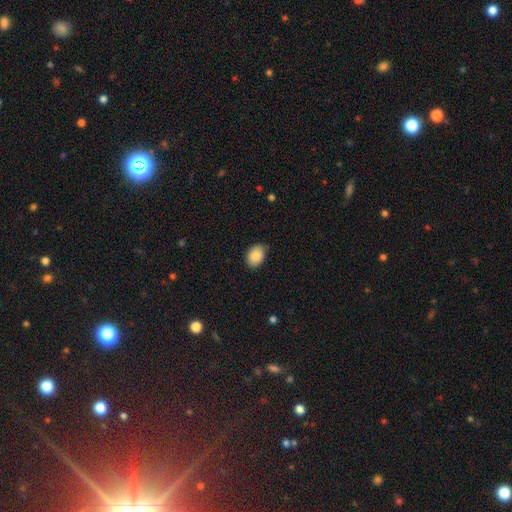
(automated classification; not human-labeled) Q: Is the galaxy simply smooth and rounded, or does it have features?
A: smooth — 88%.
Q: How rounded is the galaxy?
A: in between — 76%.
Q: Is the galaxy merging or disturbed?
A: none — 78%.